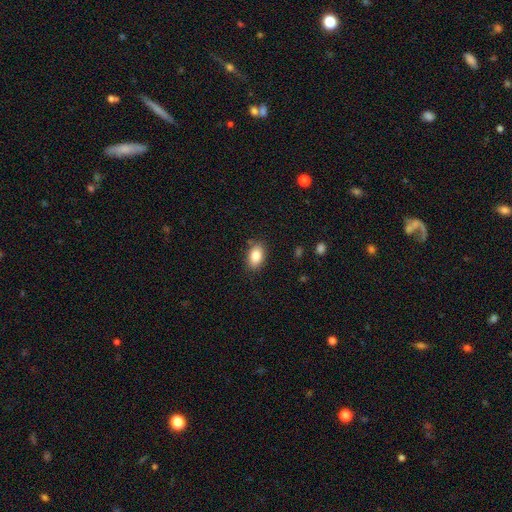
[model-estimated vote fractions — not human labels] smooth 86%, star or artifact 8%, featured or disk 6%. Down the decision tree: how rounded — in between (89%); merging — none (84%).